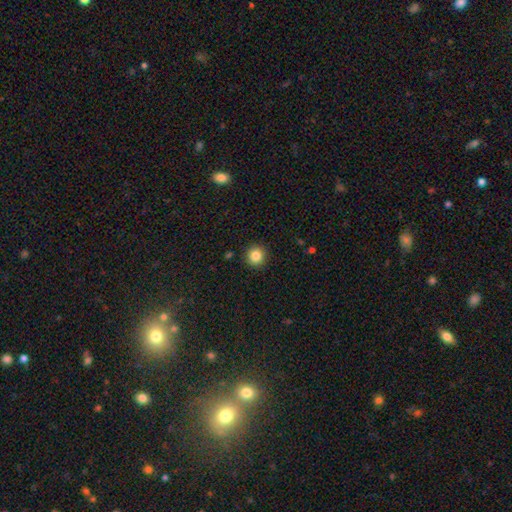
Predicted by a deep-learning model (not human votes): smooth_or_featured: smooth (p=0.84) [alt: star or artifact p=0.11]
how_rounded: round (p=0.94) [alt: in between p=0.05]
merging: none (p=0.92) [alt: minor disturbance p=0.05]